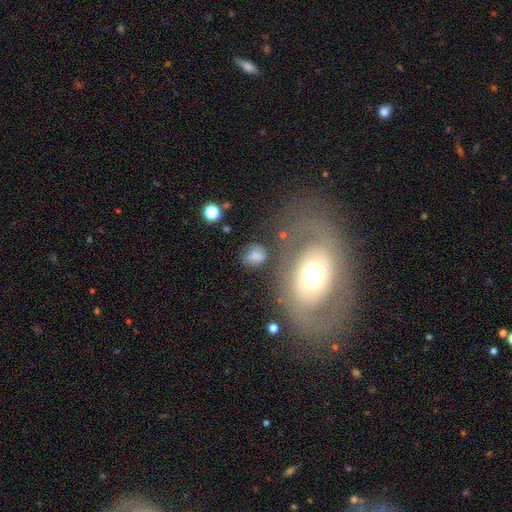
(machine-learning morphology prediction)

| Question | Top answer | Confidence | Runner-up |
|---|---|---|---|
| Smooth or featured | smooth | 71% | featured or disk (15%) |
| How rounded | in between | 51% | round (47%) |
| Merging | none | 68% | minor disturbance (16%) |